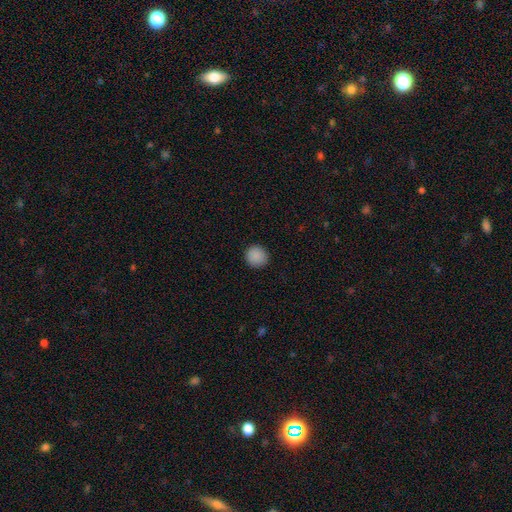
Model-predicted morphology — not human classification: smooth 89%, star or artifact 9%, featured or disk 3%. Down the decision tree: how rounded — round (93%); merging — none (92%).